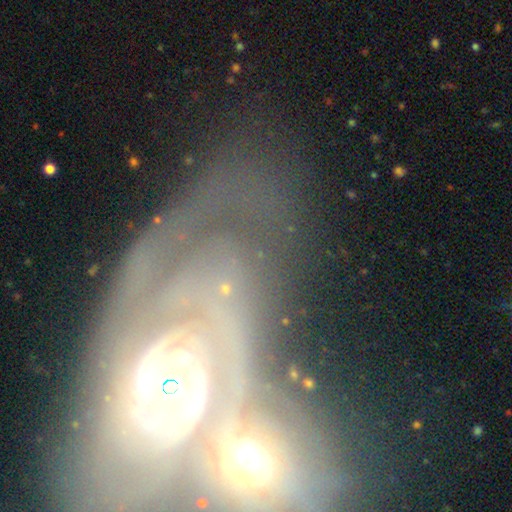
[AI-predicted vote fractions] smooth_or_featured: featured or disk (p=0.75) [alt: smooth p=0.14]
disk_edge_on: no (p=0.92) [alt: yes p=0.08]
bar: no (p=0.69) [alt: weak p=0.20]
has_spiral_arms: yes (p=0.84) [alt: no p=0.16]
spiral_winding: tight (p=0.71) [alt: medium p=0.22]
spiral_arm_count: can't tell (p=0.37) [alt: 2 p=0.29]
bulge_size: small (p=0.53) [alt: moderate p=0.33]
merging: none (p=0.39) [alt: merger p=0.38]